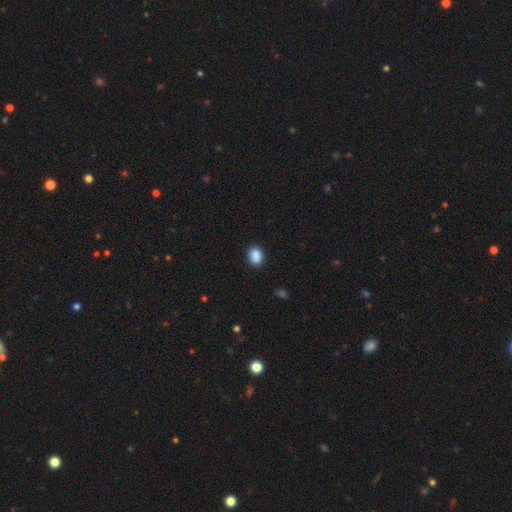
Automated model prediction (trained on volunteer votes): This is clearly a smooth galaxy (89%). How rounded: possibly in between (57%). Merging: clearly none (87%).